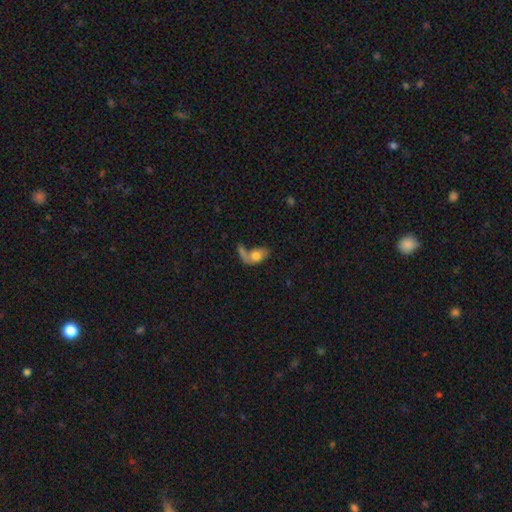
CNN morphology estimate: The model was most divided on "merging": merger: 39%, none: 27%, major disturbance: 20%, minor disturbance: 13%. More confident: how rounded — in between (84%); smooth or featured — smooth (68%).